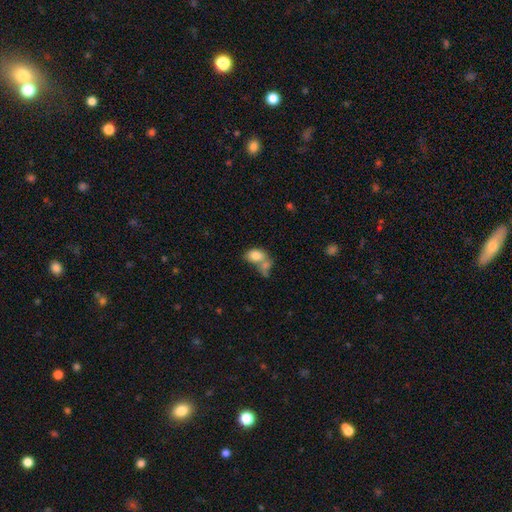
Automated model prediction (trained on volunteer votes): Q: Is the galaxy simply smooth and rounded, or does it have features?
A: smooth — 79%.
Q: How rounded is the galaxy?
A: in between — 82%.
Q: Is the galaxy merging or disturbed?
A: merger — 52%.